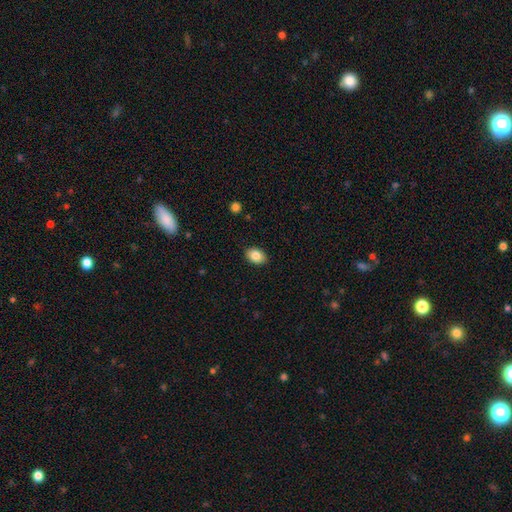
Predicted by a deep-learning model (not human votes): Q: Smooth or featured?
A: smooth (85%); runner-up: star or artifact (8%)
Q: How rounded?
A: in between (78%); runner-up: round (20%)
Q: Merging?
A: none (89%); runner-up: minor disturbance (8%)